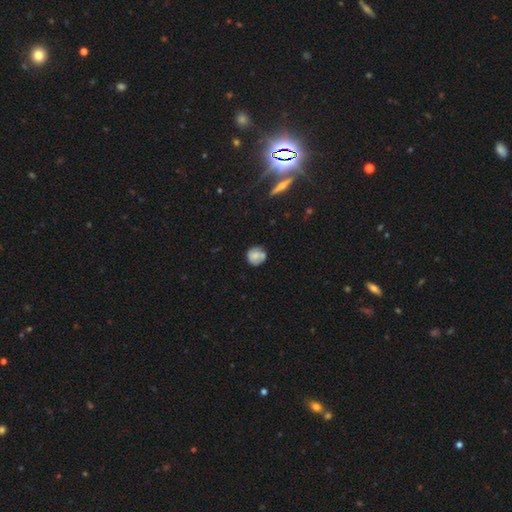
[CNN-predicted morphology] This appears to be a smooth galaxy with no disk features (62%) that is round (87%). Merging: none (67%).